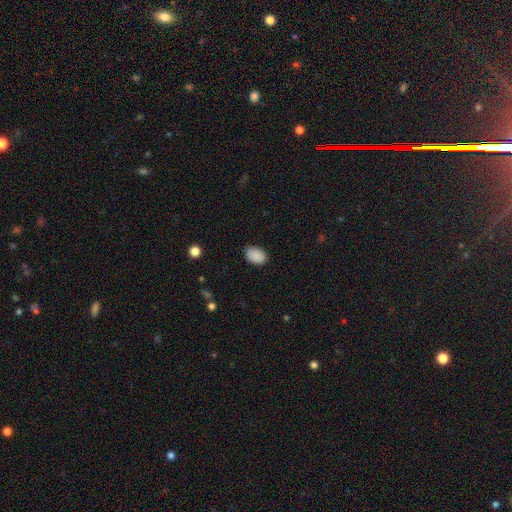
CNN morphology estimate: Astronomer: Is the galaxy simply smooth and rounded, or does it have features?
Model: smooth — 90%.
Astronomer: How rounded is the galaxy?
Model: in between — 83%.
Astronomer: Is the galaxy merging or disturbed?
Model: none — 83%.